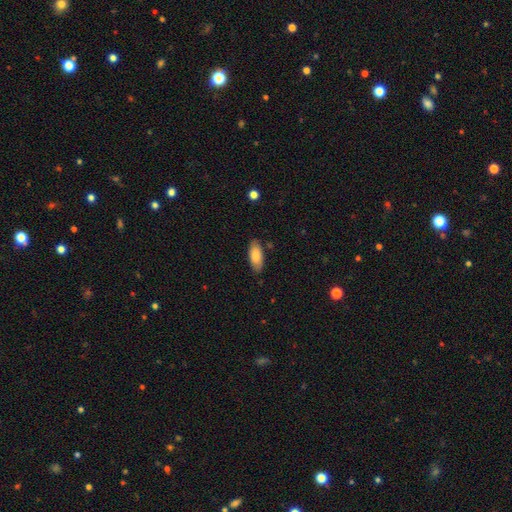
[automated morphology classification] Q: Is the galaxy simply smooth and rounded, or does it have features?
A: smooth — 80%.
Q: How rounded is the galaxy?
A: in between — 87%.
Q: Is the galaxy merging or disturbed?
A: none — 83%.